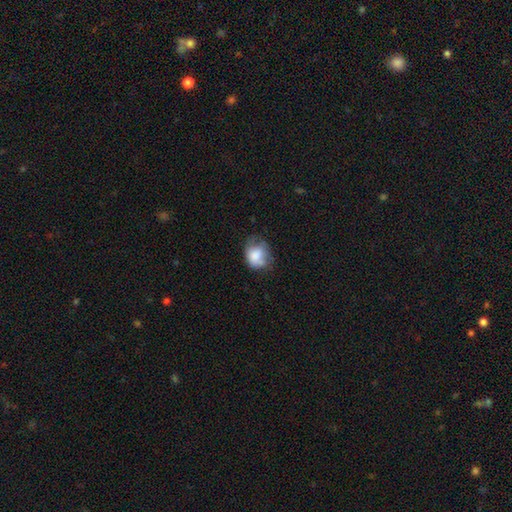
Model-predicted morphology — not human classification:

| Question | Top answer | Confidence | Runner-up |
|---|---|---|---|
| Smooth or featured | smooth | 75% | featured or disk (16%) |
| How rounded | round | 51% | in between (48%) |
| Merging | none | 38% | minor disturbance (37%) |